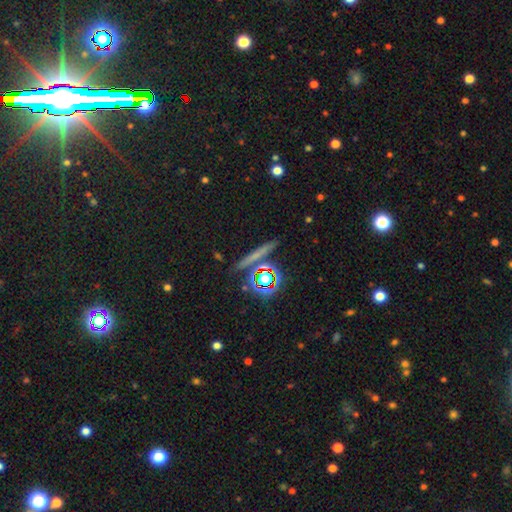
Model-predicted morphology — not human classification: Overall: star or artifact (39%; smooth 38%).